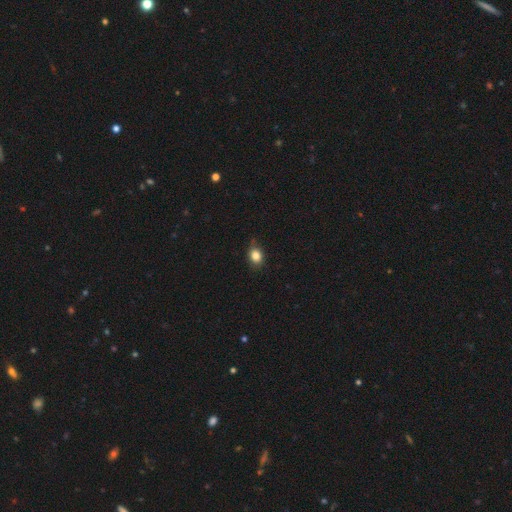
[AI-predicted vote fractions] A smooth galaxy with no disk features (83%) that is in between round and cigar-shaped (55%). Merging: none (74%).